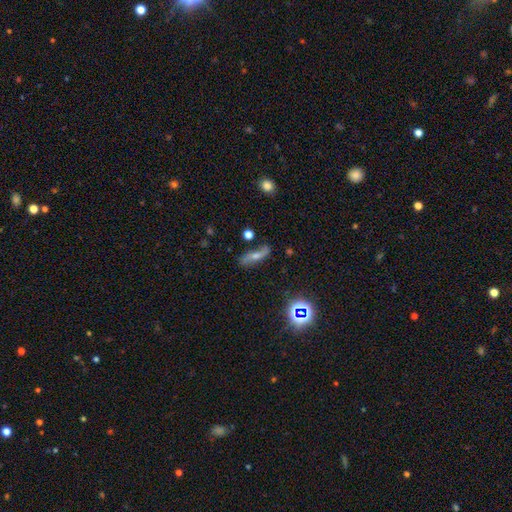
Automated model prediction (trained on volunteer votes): The model was most divided on "edge-on disk": no: 57%, yes: 43%. More confident: merging — none (71%); smooth or featured — featured or disk (52%).